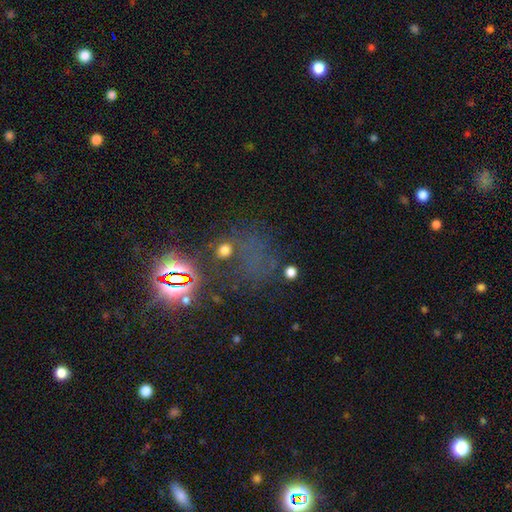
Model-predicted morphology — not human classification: smooth_or_featured: star or artifact (p=0.64) [alt: smooth p=0.26]